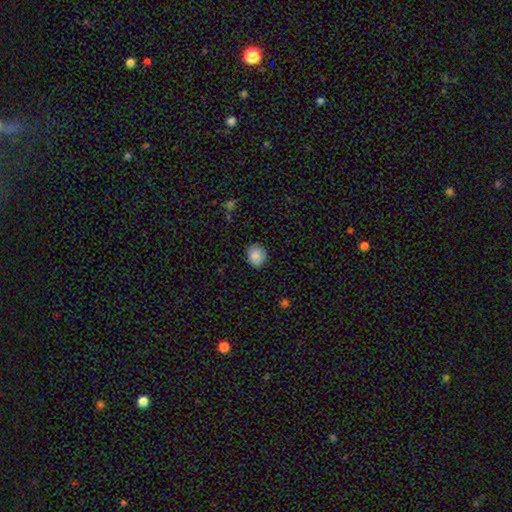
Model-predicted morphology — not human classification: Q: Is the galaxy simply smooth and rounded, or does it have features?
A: smooth — 87%.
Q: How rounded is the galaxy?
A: round — 80%.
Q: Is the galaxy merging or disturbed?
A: none — 88%.